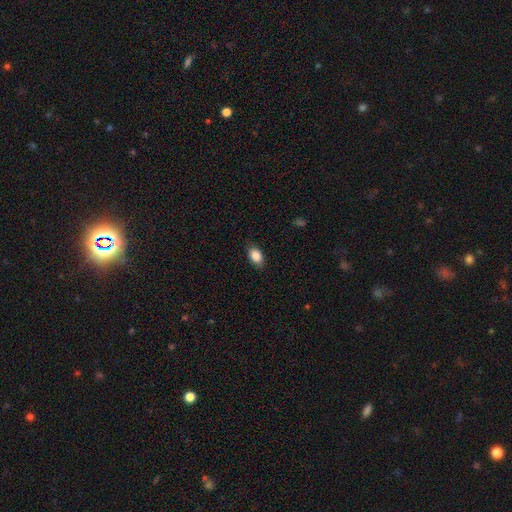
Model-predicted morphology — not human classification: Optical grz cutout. It shows a smooth galaxy with no disk features (86%) that is in between round and cigar-shaped (88%). Merging: none (86%).